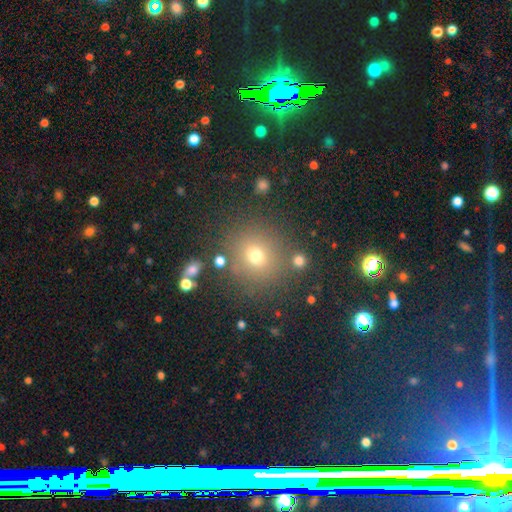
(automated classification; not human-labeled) Morphology: type=smooth (68%); roundness=round (87%); merging=none (81%).